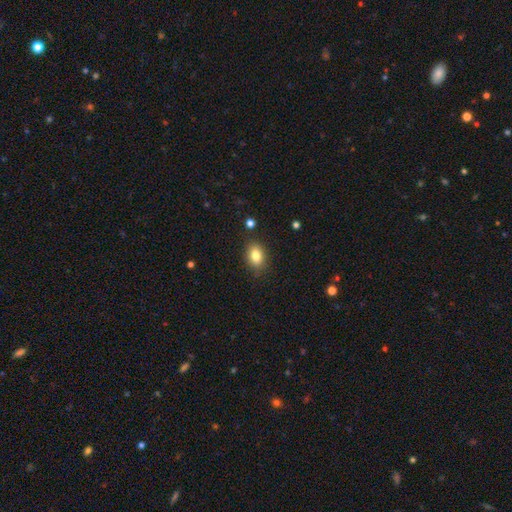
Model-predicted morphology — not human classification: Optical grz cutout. It shows a smooth galaxy with no disk features (83%) that is in between round and cigar-shaped (78%). Merging: none (85%).